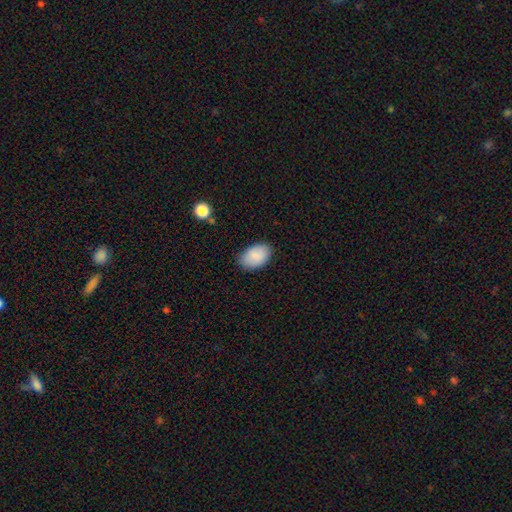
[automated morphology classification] smooth 88%, star or artifact 6%, featured or disk 6%. Down the decision tree: how rounded — in between (91%); merging — none (83%).